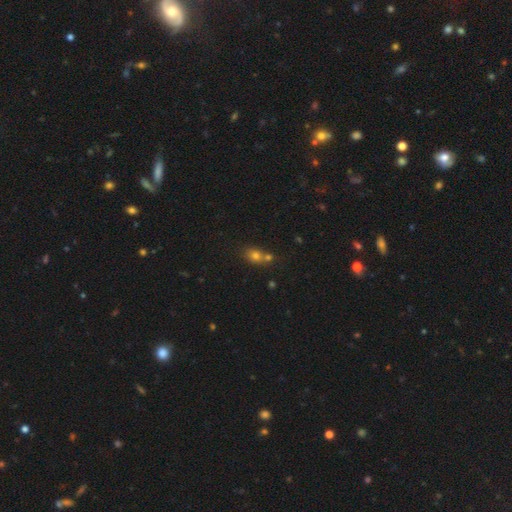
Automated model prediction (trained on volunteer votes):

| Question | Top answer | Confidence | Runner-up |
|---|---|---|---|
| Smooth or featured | smooth | 70% | star or artifact (16%) |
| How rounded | round | 49% | in between (48%) |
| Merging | merger | 45% | none (40%) |